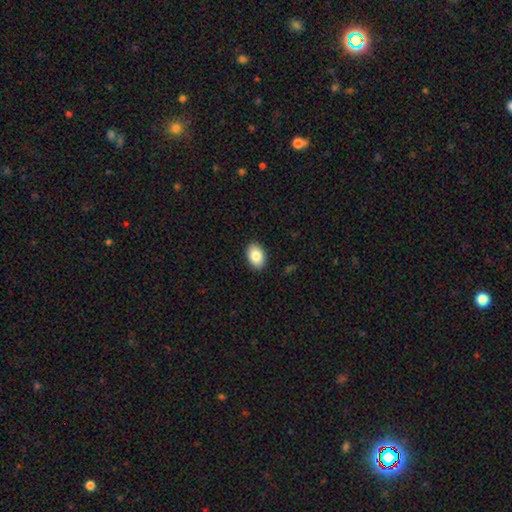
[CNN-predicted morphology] Smooth or featured? Predicted: smooth (p=0.86). How rounded? Predicted: in between (p=0.88). Merging? Predicted: none (p=0.90).